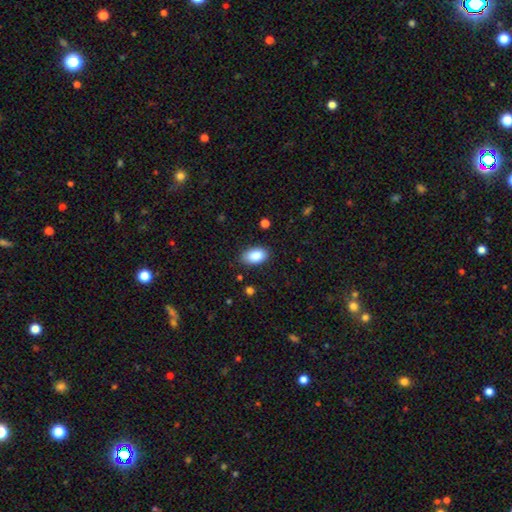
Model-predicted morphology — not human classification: The model was most divided on "merging": none: 86%, minor disturbance: 11%, major disturbance: 2%, merger: 1%. More confident: how rounded — in between (93%); smooth or featured — smooth (87%).